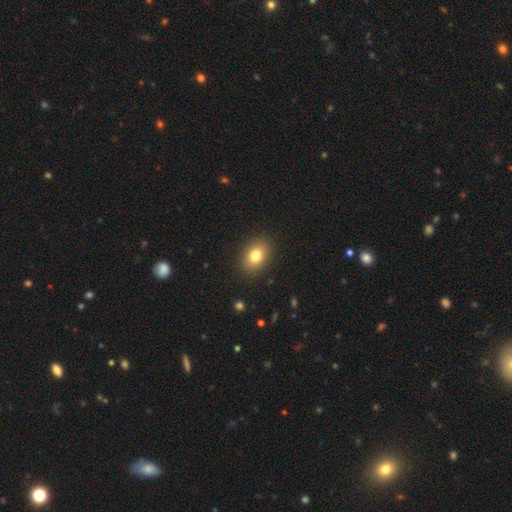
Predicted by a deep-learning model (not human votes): Smooth or featured?
  - smooth: 80% *
  - featured or disk: 10%
  - star or artifact: 10%
How rounded?
  - in between: 73% *
  - round: 26%
  - cigar-shaped: 1%
Merging?
  - none: 88% *
  - minor disturbance: 8%
  - major disturbance: 3%
  - merger: 1%